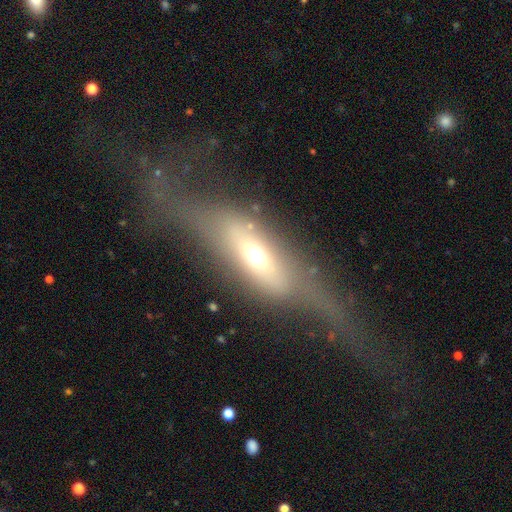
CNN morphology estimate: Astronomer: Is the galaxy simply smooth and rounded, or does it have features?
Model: featured or disk — 53% (runner-up: smooth, 37%).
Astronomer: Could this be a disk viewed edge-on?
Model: yes — 60% (runner-up: no, 40%).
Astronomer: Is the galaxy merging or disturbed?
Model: major disturbance — 40% (runner-up: none, 38%).